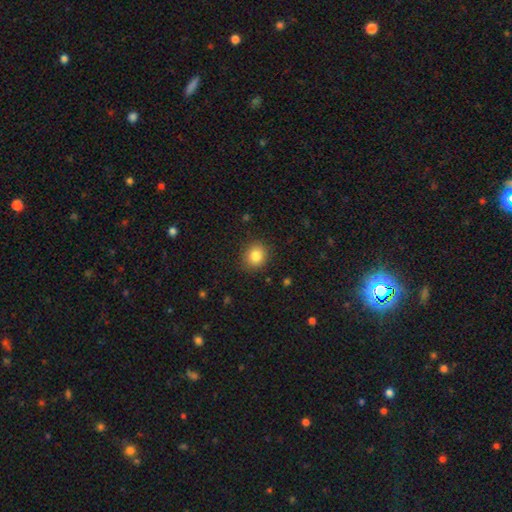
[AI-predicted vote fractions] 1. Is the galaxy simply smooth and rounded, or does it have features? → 85% smooth, 10% star or artifact, 6% featured or disk.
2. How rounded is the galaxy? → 77% round, 22% in between, 1% cigar-shaped.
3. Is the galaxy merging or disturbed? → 87% none, 9% minor disturbance, 3% major disturbance, 1% merger.